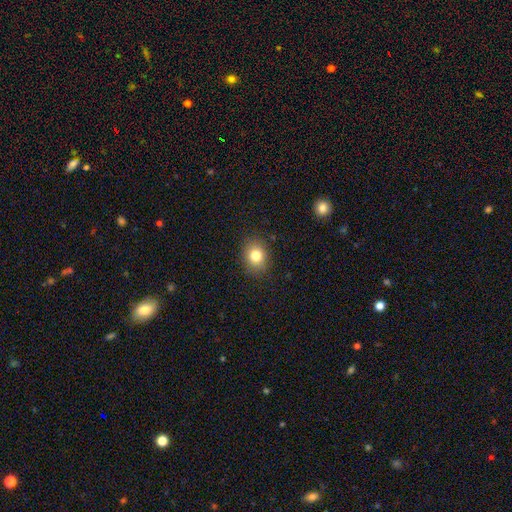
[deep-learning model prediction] The model was most divided on "how rounded": round: 59%, in between: 41%, cigar-shaped: 1%. More confident: merging — none (87%); smooth or featured — smooth (81%).